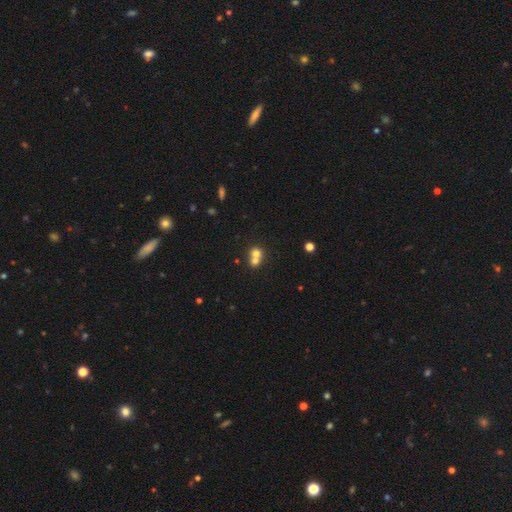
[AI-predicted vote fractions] Smooth or featured?
  - smooth: 69% *
  - featured or disk: 18%
  - star or artifact: 13%
How rounded?
  - round: 78% *
  - in between: 21%
  - cigar-shaped: 1%
Merging?
  - merger: 64% *
  - none: 29%
  - minor disturbance: 5%
  - major disturbance: 2%